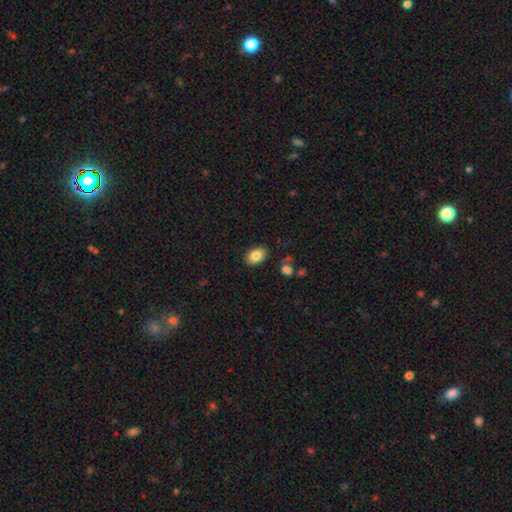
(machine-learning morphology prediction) Overall: smooth (84%). How rounded: in between (82%). Merging: none (85%).